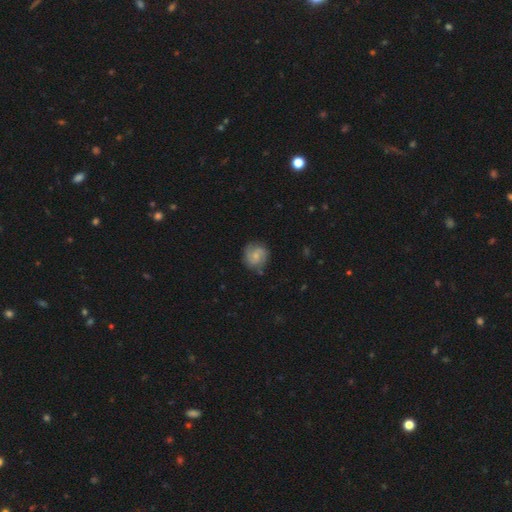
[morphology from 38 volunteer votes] Overall: featured or disk (66%; smooth 29%). Edge-on disk: no (100%). Bar: no (60%; weak 36%). Spiral arms: yes (100%). Spiral arm count: 2 (92%). Spiral winding: medium (60%; tight 40%). Bulge size: moderate (56%; small 40%). Merging: none (78%).